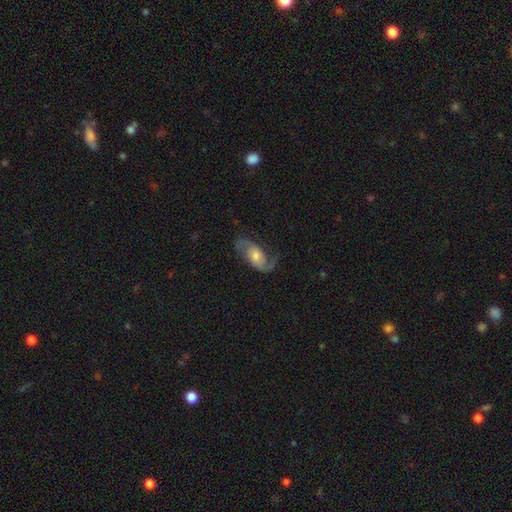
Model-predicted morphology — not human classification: The model was most divided on "spiral winding": loose: 47%, medium: 40%, tight: 12%. More confident: edge-on disk — no (95%); spiral arms — yes (95%); spiral arm count — 2 (91%); smooth or featured — featured or disk (81%); merging — none (73%); bar — no (60%); bulge size — moderate (57%).